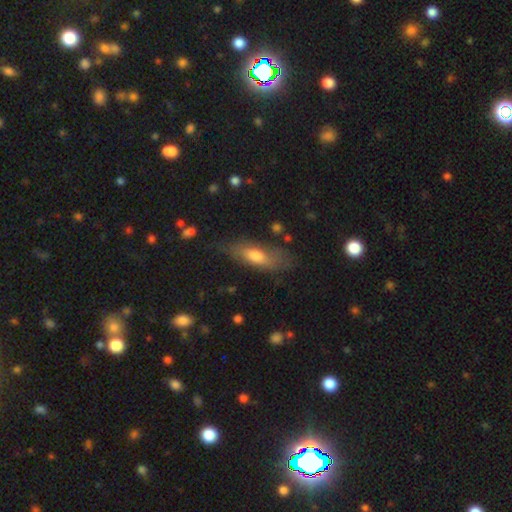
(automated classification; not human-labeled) Smooth or featured? smooth (63%)
How rounded? in between (63%)
Merging? none (66%)